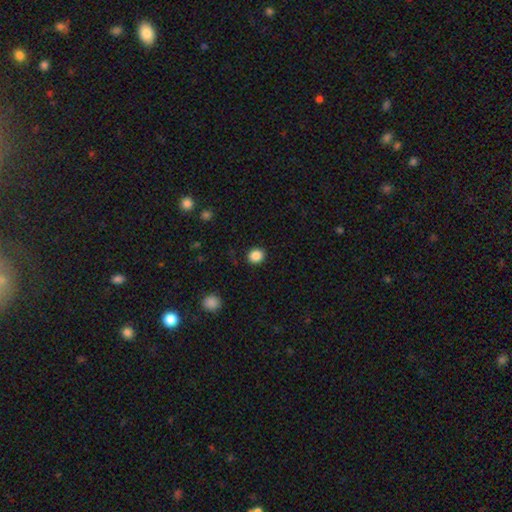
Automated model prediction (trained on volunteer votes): smooth 87%, star or artifact 10%, featured or disk 3%. Down the decision tree: how rounded — round (82%); merging — none (91%).